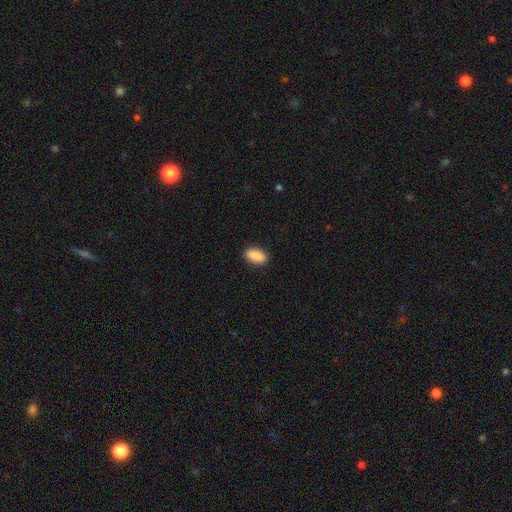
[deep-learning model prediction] Morphology: type=smooth (90%); roundness=in between (87%); merging=none (89%).